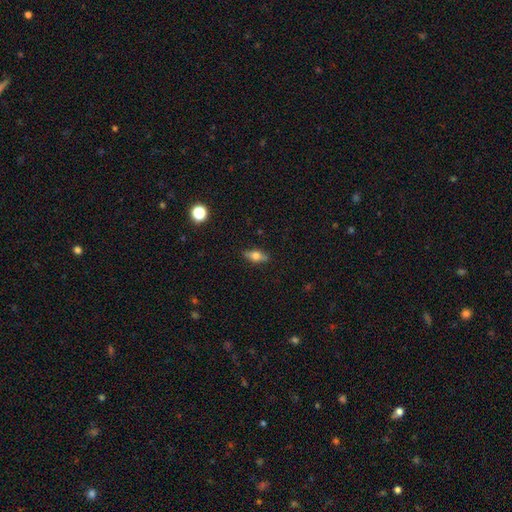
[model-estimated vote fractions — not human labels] Q: Smooth or featured?
A: smooth (56%); runner-up: featured or disk (36%)
Q: How rounded?
A: in between (70%); runner-up: cigar-shaped (24%)
Q: Merging?
A: none (87%); runner-up: minor disturbance (9%)